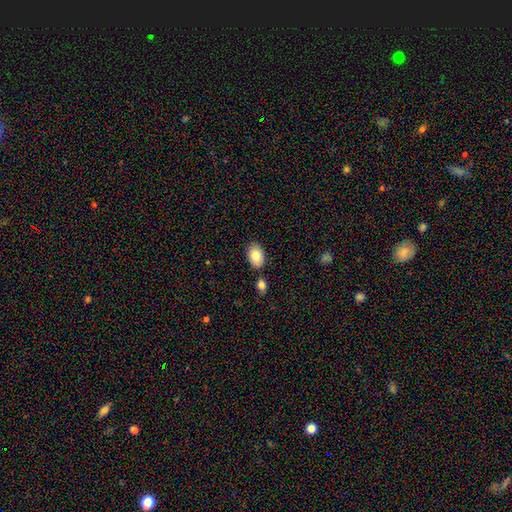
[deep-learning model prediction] smooth 84%, featured or disk 9%, star or artifact 7%. Down the decision tree: how rounded — in between (89%); merging — none (80%).